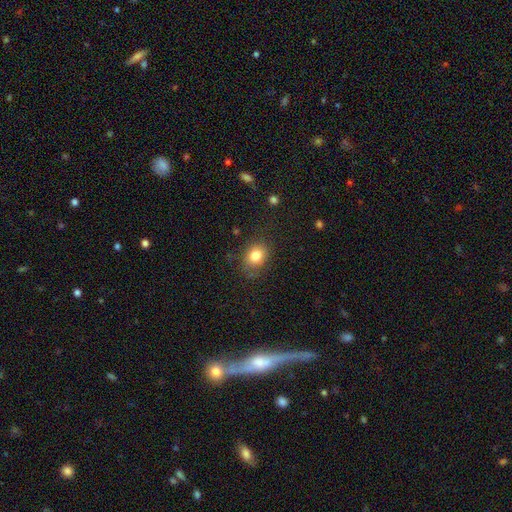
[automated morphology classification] smooth 81%, star or artifact 10%, featured or disk 8%. Down the decision tree: how rounded — round (51%); merging — none (77%).